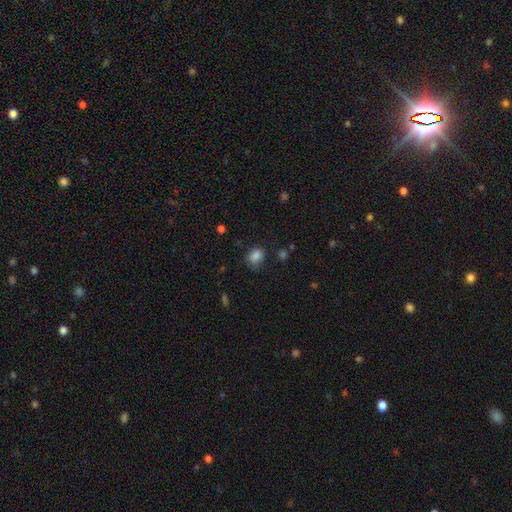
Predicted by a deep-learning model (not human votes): This appears to be a smooth galaxy with no disk features (83%) that is in between round and cigar-shaped (63%). Merging: none (64%).